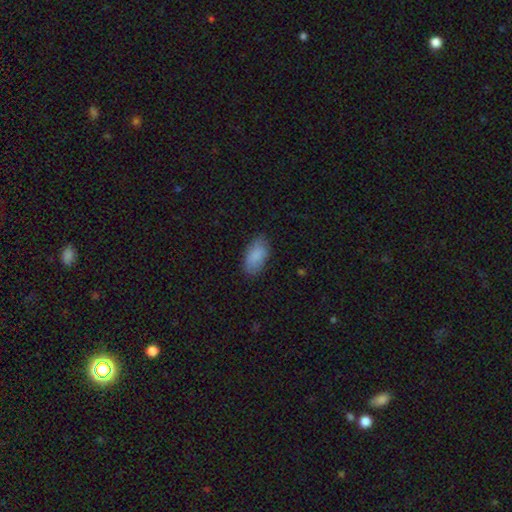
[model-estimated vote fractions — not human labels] This is clearly a smooth galaxy (86%). How rounded: clearly in between (94%). Merging: likely none (78%).